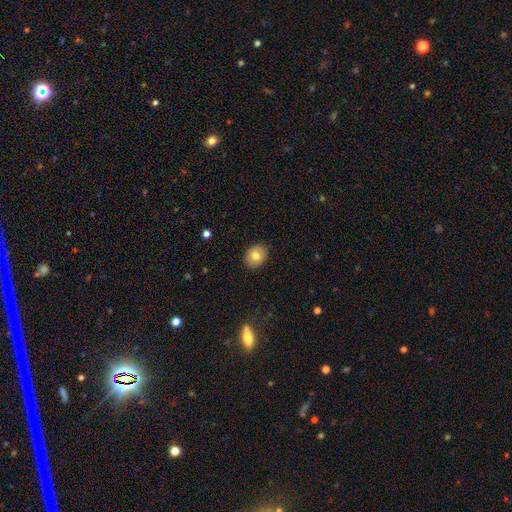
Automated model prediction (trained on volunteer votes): This is likely a smooth galaxy (77%). How rounded: possibly in between (51%). Merging: clearly none (88%).